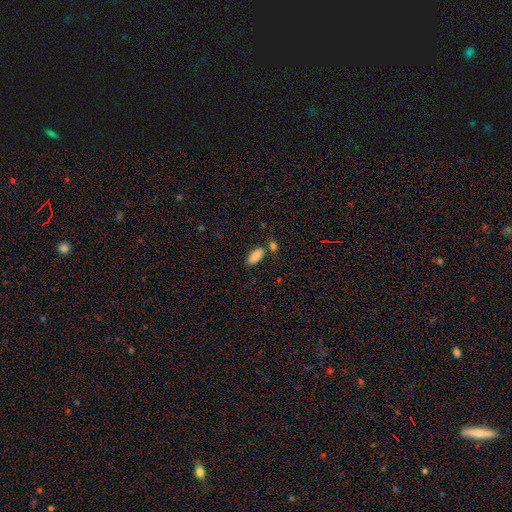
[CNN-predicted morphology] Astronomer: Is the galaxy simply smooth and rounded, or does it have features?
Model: smooth — 87%.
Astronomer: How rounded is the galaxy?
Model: in between — 89%.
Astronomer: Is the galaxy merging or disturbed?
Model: none — 69%.